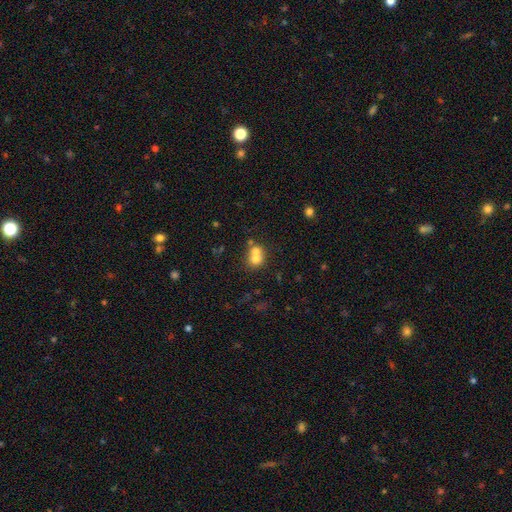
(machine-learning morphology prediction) Q: Smooth or featured?
A: smooth (68%); runner-up: featured or disk (20%)
Q: How rounded?
A: round (74%); runner-up: in between (25%)
Q: Merging?
A: merger (63%); runner-up: none (28%)